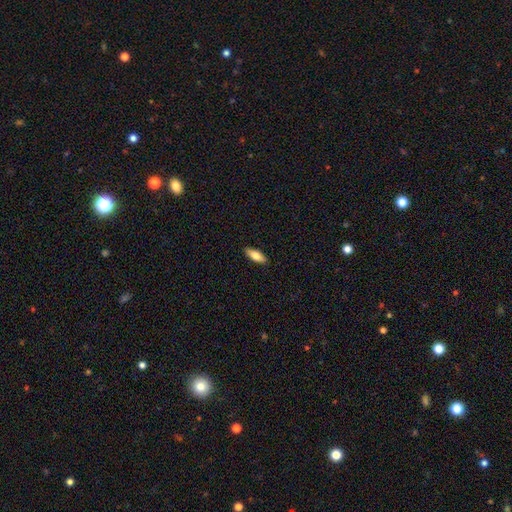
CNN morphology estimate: Smooth or featured? Predicted: smooth (p=0.74). How rounded? Predicted: in between (p=0.68). Merging? Predicted: none (p=0.90).